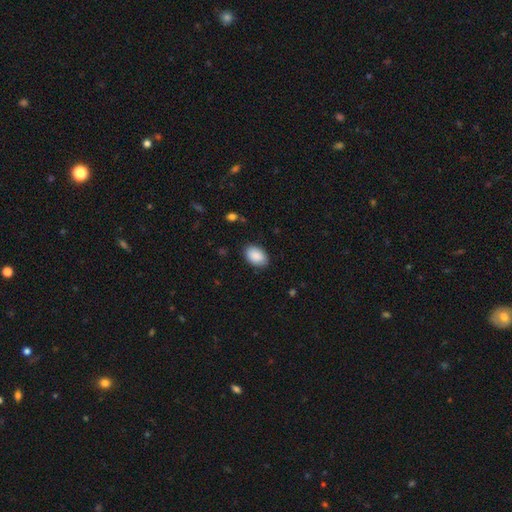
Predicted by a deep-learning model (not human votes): Overall: smooth (90%). How rounded: in between (89%). Merging: none (87%).